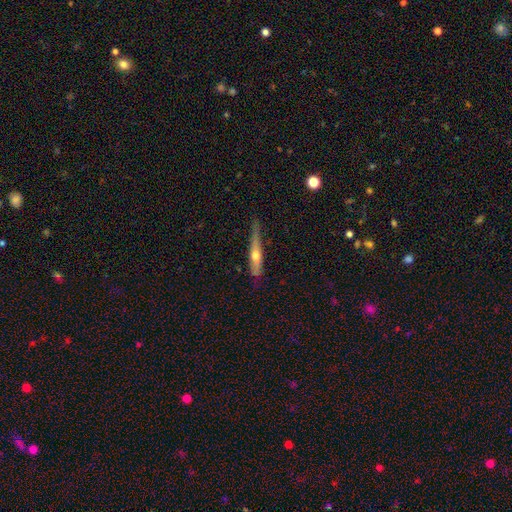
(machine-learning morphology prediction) This appears to be a featured or disk galaxy (52%) viewed edge-on (91%). Merging: none (59%).